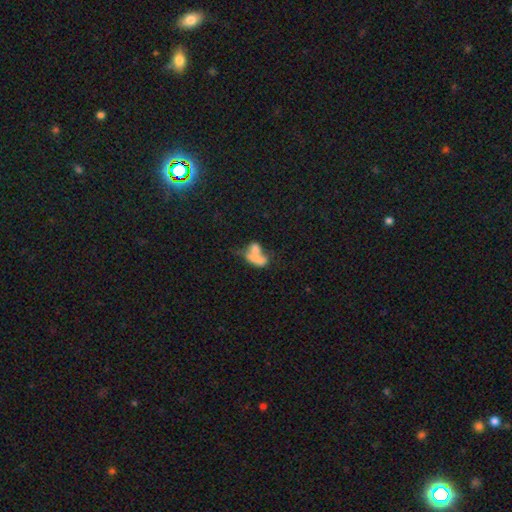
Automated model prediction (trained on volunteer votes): Smooth or featured: smooth — 69% (featured or disk — 21%)
How rounded: in between — 81% (round — 12%)
Merging: merger — 62% (none — 17%)